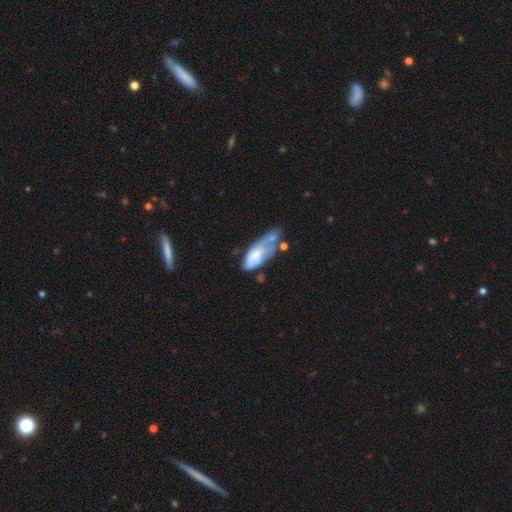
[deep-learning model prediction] The model was most divided on "merging": minor disturbance: 28%, major disturbance: 27%, merger: 23%, none: 22%. More confident: how rounded — in between (81%); smooth or featured — smooth (60%).